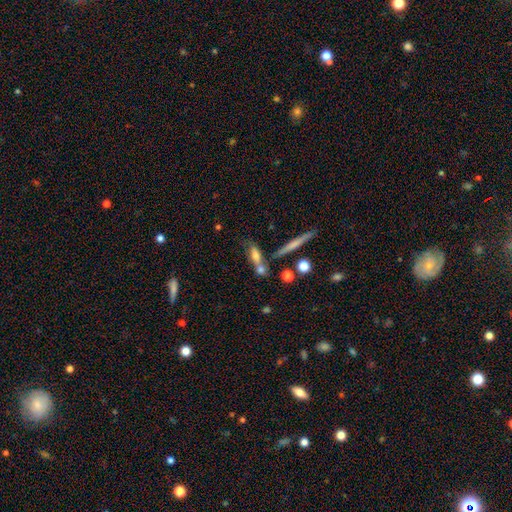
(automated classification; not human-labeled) Smooth or featured? Predicted: smooth (p=0.60). How rounded? Predicted: cigar-shaped (p=0.50). Merging? Predicted: none (p=0.44).